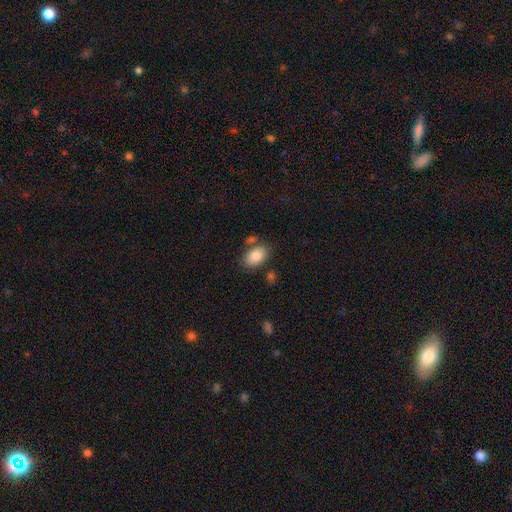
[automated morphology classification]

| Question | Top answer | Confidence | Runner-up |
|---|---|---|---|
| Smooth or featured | smooth | 85% | featured or disk (8%) |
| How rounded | in between | 91% | round (8%) |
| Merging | none | 70% | minor disturbance (14%) |